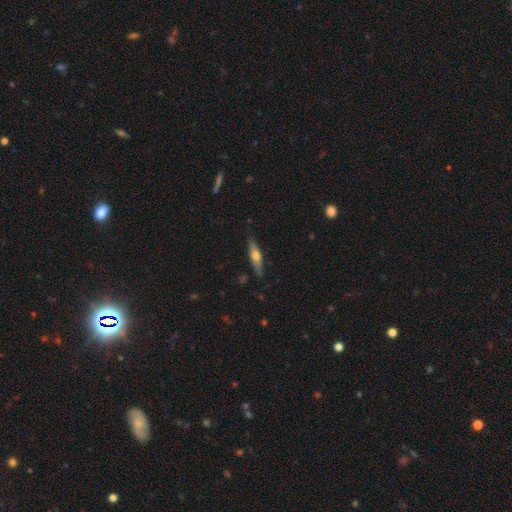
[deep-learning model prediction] Smooth or featured? Predicted: featured or disk (p=0.51). Edge-on disk? Predicted: yes (p=0.91). Merging? Predicted: none (p=0.86).